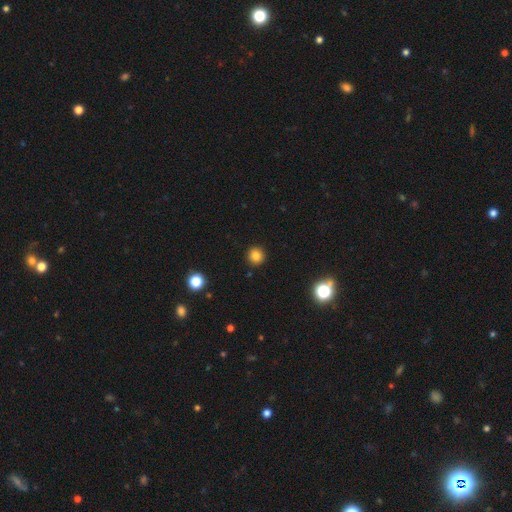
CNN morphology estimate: Smooth or featured? smooth (82%)
How rounded? round (94%)
Merging? none (92%)